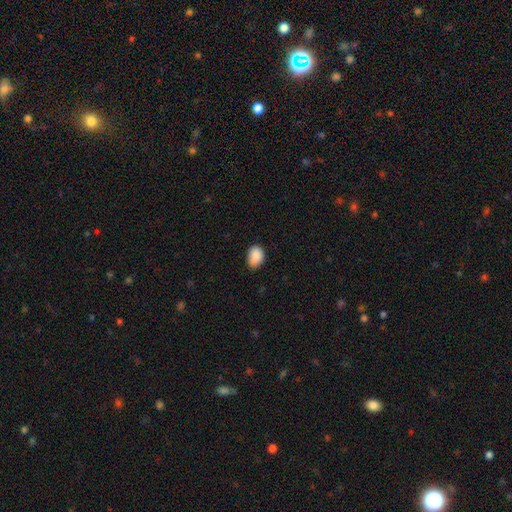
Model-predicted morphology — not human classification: A smooth galaxy with no disk features (88%) that is in between round and cigar-shaped (74%).

Vote fractions:
- Smooth or featured? smooth: 88% / star or artifact: 8% / featured or disk: 4%
- How rounded? in between: 74% / round: 25% / cigar-shaped: 1%
- Merging? none: 66% / minor disturbance: 29% / major disturbance: 4% / merger: 2%